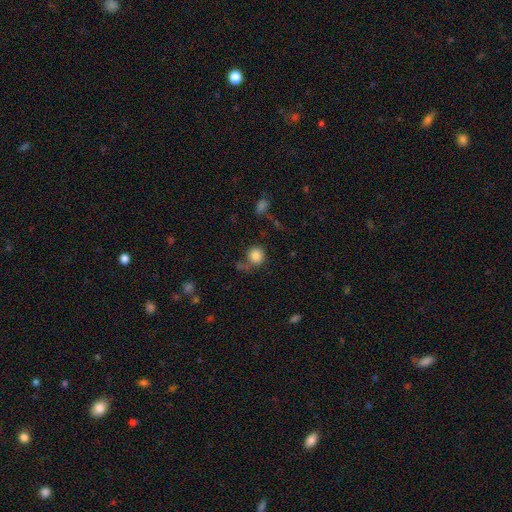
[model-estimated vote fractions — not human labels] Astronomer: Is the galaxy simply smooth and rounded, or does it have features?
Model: smooth — 84%.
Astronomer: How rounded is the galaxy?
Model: round — 89%.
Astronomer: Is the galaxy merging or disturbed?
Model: none — 66%.